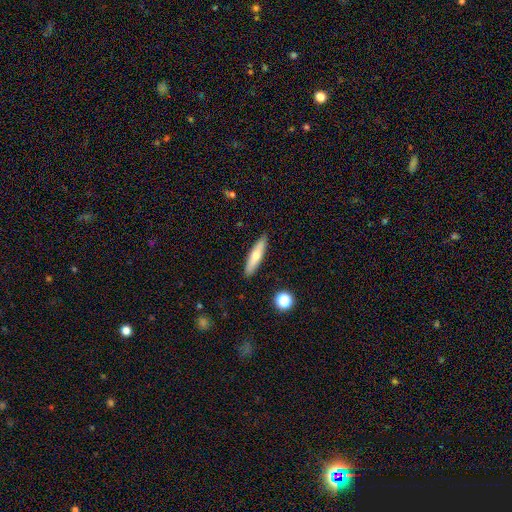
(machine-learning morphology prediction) smooth-or-featured: smooth: 60% | featured or disk: 33% | star or artifact: 7%
  how-rounded: cigar-shaped: 82% | in between: 17% | round: 2%
  merging: none: 89% | minor disturbance: 8% | major disturbance: 2% | merger: 1%